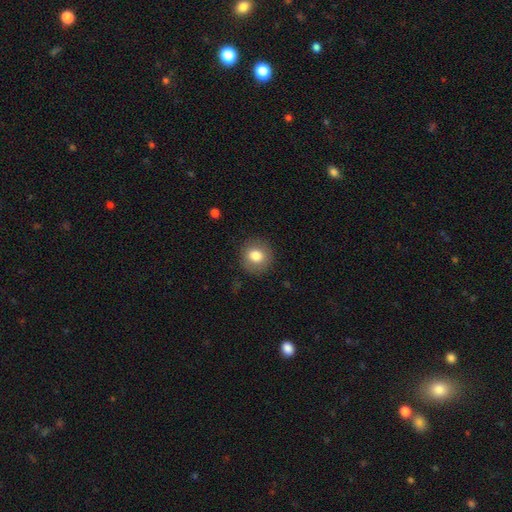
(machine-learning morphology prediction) A smooth galaxy with no disk features (80%) that is round (88%). Merging: none (88%).